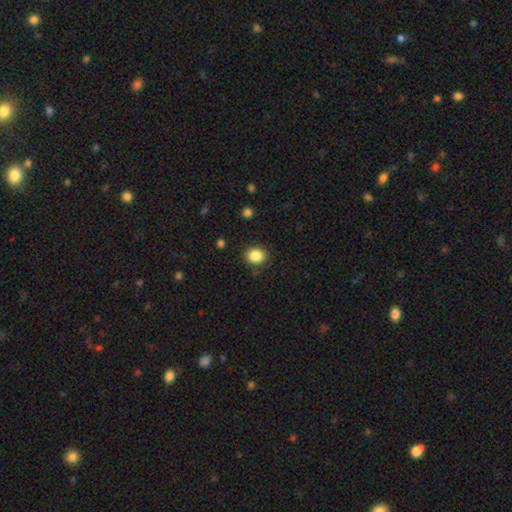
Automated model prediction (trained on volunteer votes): A smooth galaxy with no disk features (87%) that is round (65%).

Vote fractions:
- Smooth or featured? smooth: 87% / star or artifact: 10% / featured or disk: 4%
- How rounded? round: 65% / in between: 34% / cigar-shaped: 1%
- Merging? none: 87% / minor disturbance: 9% / major disturbance: 3% / merger: 2%